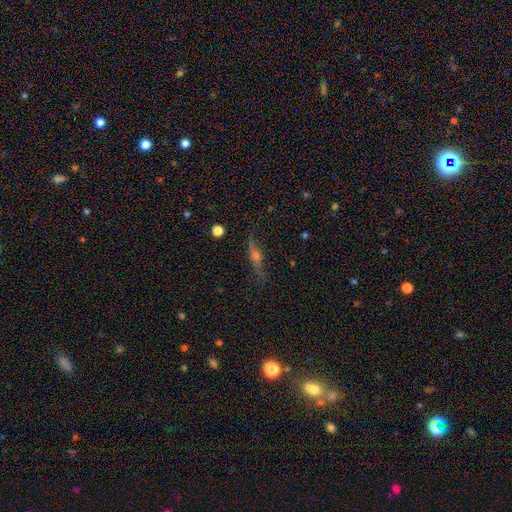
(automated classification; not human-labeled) Smooth or featured? Predicted: featured or disk (p=0.72). Edge-on disk? Predicted: yes (p=0.95). Edge-on bulge? Predicted: rounded (p=0.92). Merging? Predicted: none (p=0.86).